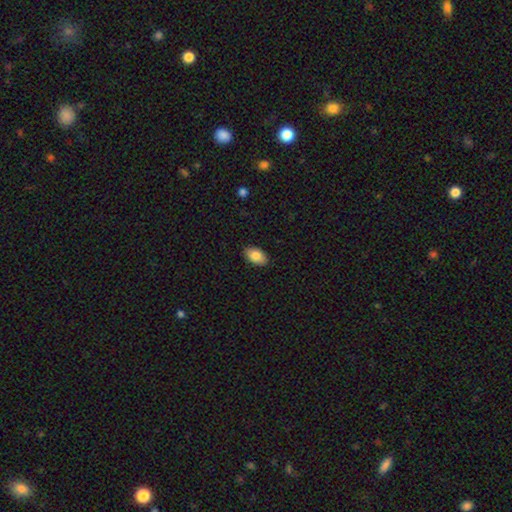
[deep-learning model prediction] The model was most divided on "smooth or featured": smooth: 84%, featured or disk: 9%, star or artifact: 7%. More confident: how rounded — in between (93%); merging — none (89%).